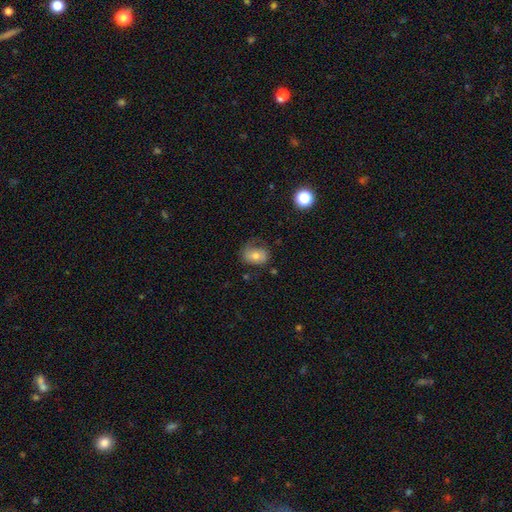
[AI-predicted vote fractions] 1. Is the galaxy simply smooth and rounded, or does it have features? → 68% smooth, 22% featured or disk, 10% star or artifact.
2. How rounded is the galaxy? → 71% in between, 27% round, 1% cigar-shaped.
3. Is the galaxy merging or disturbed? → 52% none, 28% minor disturbance, 17% major disturbance, 2% merger.